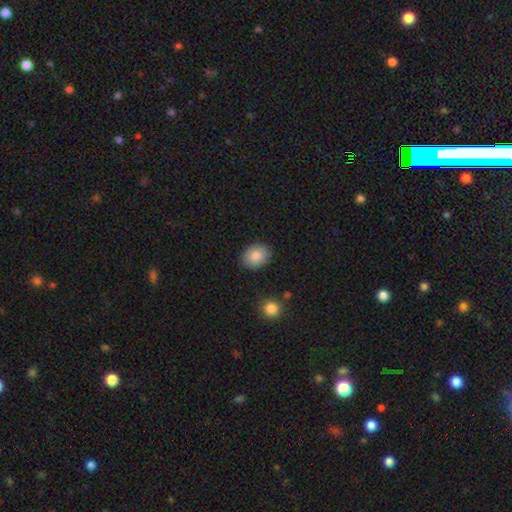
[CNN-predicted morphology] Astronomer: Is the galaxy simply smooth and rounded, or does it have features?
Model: smooth — 85%.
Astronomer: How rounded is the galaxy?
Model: in between — 57% (runner-up: round, 42%).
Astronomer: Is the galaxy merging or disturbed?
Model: none — 86%.